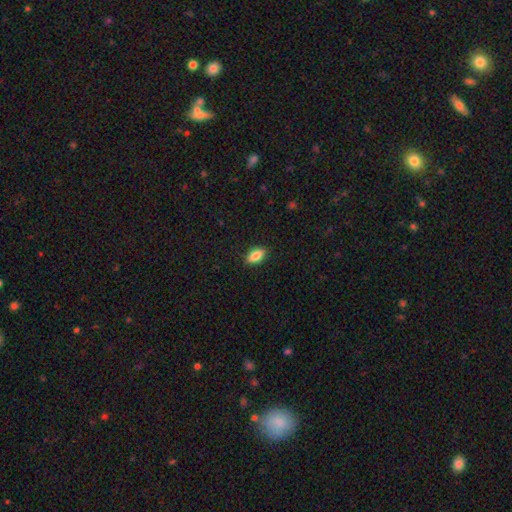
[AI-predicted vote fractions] smooth-or-featured: smooth: 82% | featured or disk: 10% | star or artifact: 7%
  how-rounded: in between: 88% | cigar-shaped: 8% | round: 5%
  merging: none: 88% | minor disturbance: 9% | major disturbance: 2% | merger: 1%